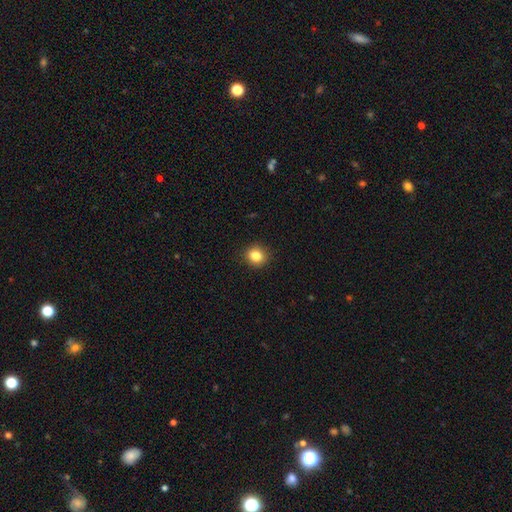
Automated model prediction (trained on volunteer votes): Smooth or featured?
  - smooth: 83% *
  - star or artifact: 11%
  - featured or disk: 5%
How rounded?
  - round: 85% *
  - in between: 14%
  - cigar-shaped: 1%
Merging?
  - none: 91% *
  - minor disturbance: 6%
  - major disturbance: 2%
  - merger: 1%